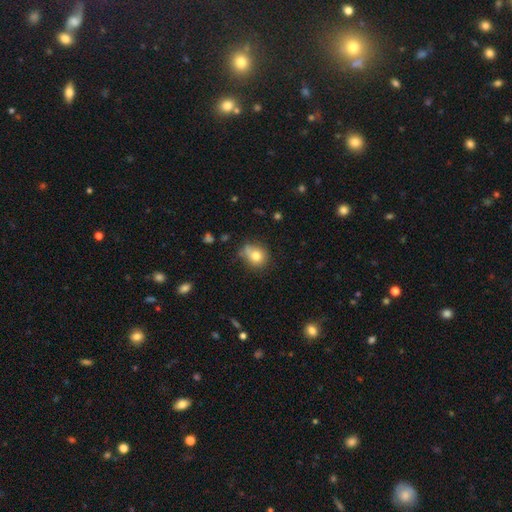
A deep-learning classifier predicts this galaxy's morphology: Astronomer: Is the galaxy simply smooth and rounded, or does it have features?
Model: smooth — 78%.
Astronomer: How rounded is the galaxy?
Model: round — 71%.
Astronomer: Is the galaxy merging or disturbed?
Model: none — 58%.